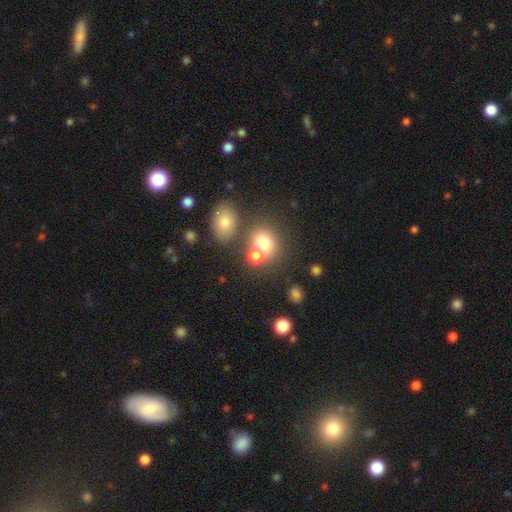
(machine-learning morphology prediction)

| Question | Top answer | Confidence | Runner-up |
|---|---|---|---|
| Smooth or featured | smooth | 73% | star or artifact (16%) |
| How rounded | round | 65% | in between (34%) |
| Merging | none | 48% | merger (37%) |